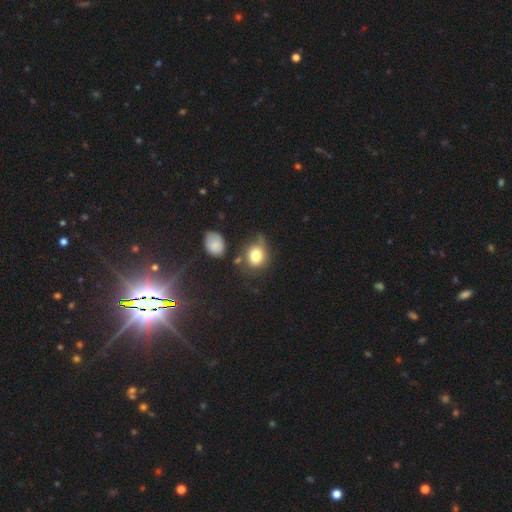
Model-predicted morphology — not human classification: This appears to be a smooth galaxy with no disk features (79%) that is round (63%). Merging: none (48%).